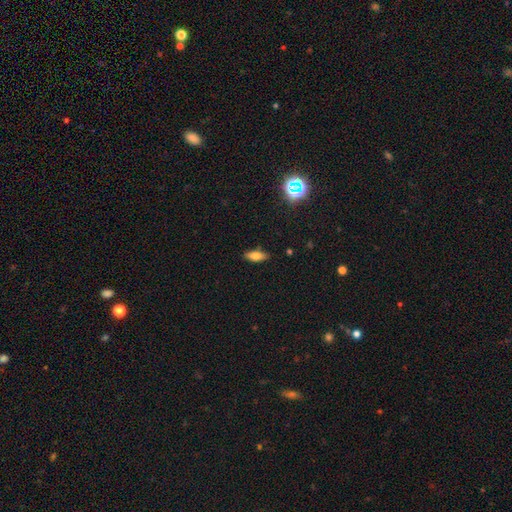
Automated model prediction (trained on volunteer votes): Smooth or featured?
  - smooth: 73% *
  - featured or disk: 17%
  - star or artifact: 10%
How rounded?
  - in between: 77% *
  - cigar-shaped: 19%
  - round: 3%
Merging?
  - none: 86% *
  - minor disturbance: 10%
  - major disturbance: 2%
  - merger: 1%